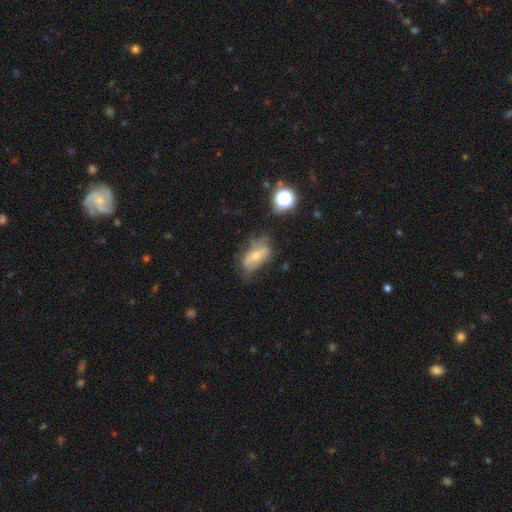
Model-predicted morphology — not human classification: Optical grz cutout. It shows a featured or disk galaxy (57%) with no bar (49%), spiral arms (60%) and a moderate central bulge (56%). Merging: none (53%).